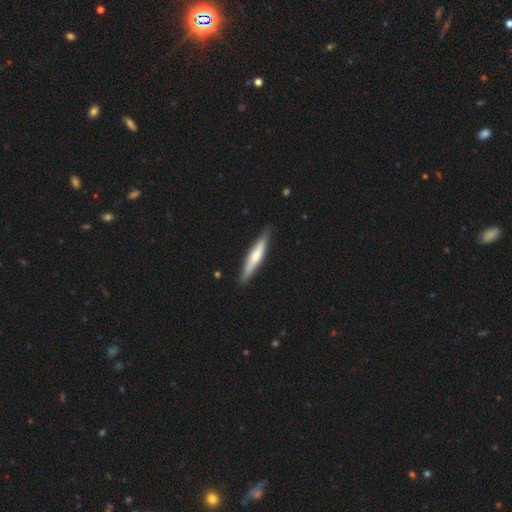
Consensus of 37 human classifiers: Volunteers were most divided on "smooth or featured": smooth: 57%, featured or disk: 38%, star or artifact: 5%. More confident: how rounded — cigar-shaped (95%); merging — none (89%).